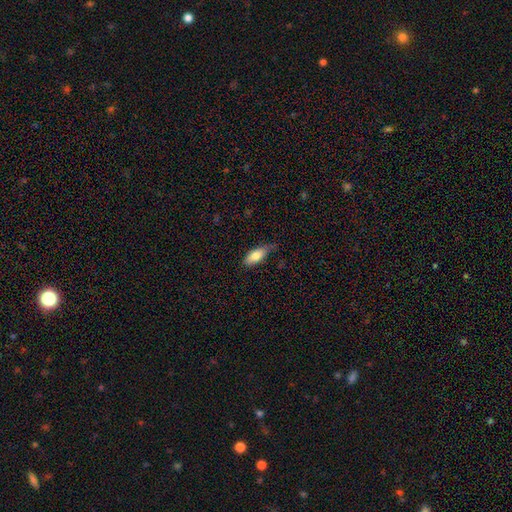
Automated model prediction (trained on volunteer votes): Smooth or featured?
  - smooth: 78% *
  - featured or disk: 16%
  - star or artifact: 7%
How rounded?
  - in between: 80% *
  - cigar-shaped: 18%
  - round: 2%
Merging?
  - none: 57% *
  - minor disturbance: 35%
  - major disturbance: 7%
  - merger: 2%